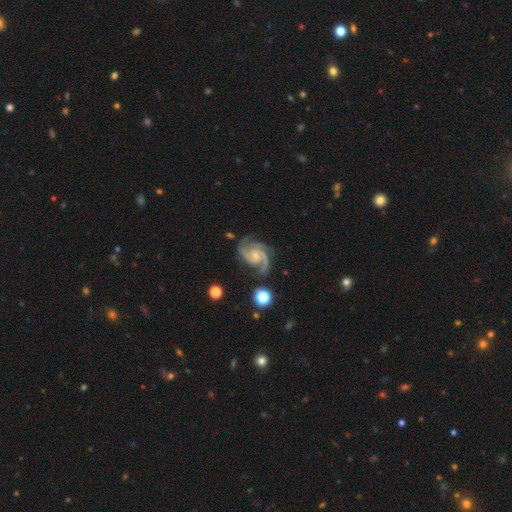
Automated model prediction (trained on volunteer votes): Smooth or featured? Predicted: featured or disk (p=0.93). Edge-on disk? Predicted: no (p=0.98). Bar? Predicted: no (p=0.59). Spiral arms? Predicted: yes (p=0.99). Spiral winding? Predicted: medium (p=0.56). Spiral arm count? Predicted: 3 (p=0.46). Bulge size? Predicted: small (p=0.65). Merging? Predicted: none (p=0.72).